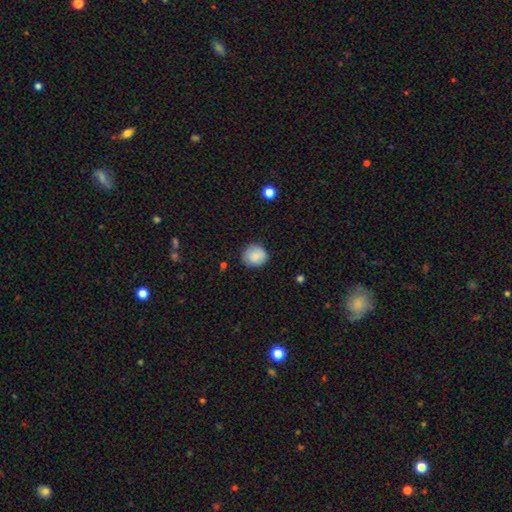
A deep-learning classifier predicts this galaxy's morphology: Overall: smooth (85%). How rounded: round (86%). Merging: none (82%).